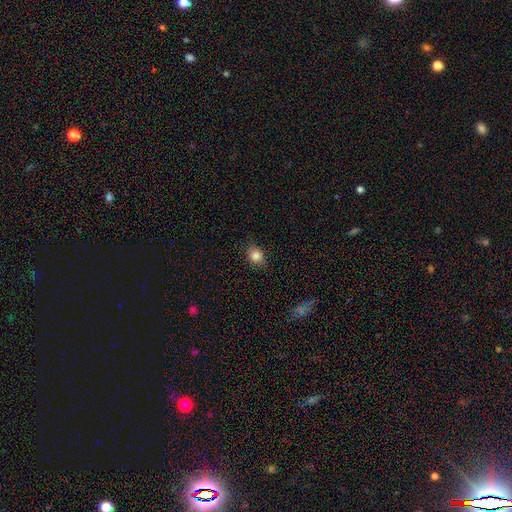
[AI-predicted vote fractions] Smooth or featured: smooth — 83% (star or artifact — 10%)
How rounded: in between — 53% (round — 45%)
Merging: none — 84% (minor disturbance — 13%)